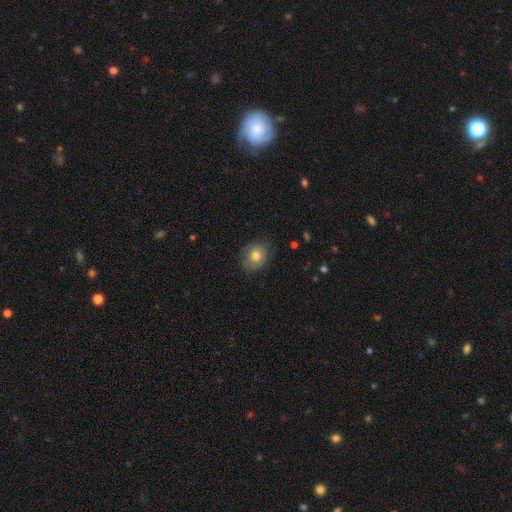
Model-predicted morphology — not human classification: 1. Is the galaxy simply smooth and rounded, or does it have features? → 73% smooth, 18% featured or disk, 9% star or artifact.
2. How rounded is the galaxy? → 60% round, 39% in between, 1% cigar-shaped.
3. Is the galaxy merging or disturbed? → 78% none, 17% minor disturbance, 5% major disturbance, 1% merger.